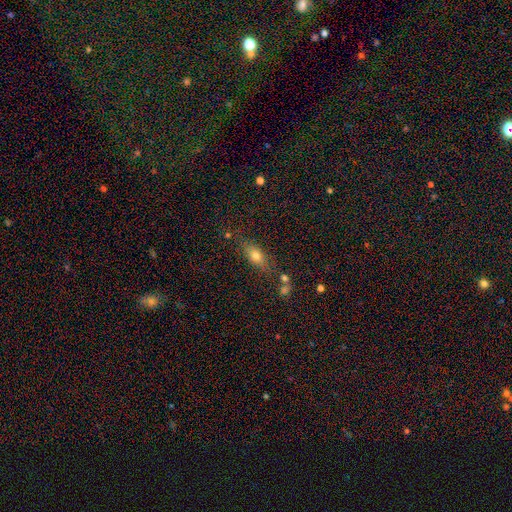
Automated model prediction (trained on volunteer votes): smooth_or_featured: smooth (p=0.69) [alt: featured or disk p=0.19]
how_rounded: in between (p=0.69) [alt: cigar-shaped p=0.23]
merging: none (p=0.71) [alt: minor disturbance p=0.16]